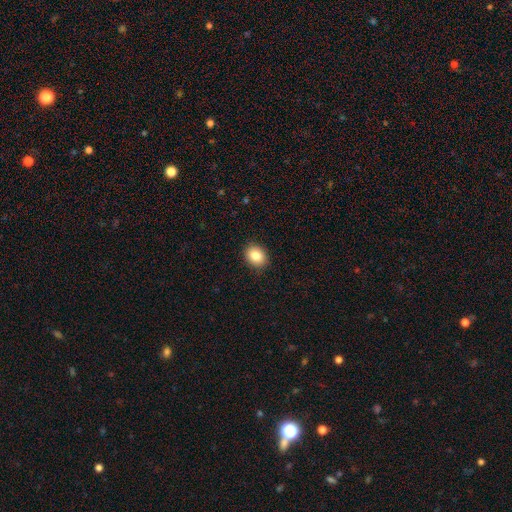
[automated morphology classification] Smooth or featured? Predicted: smooth (p=0.85). How rounded? Predicted: in between (p=0.53). Merging? Predicted: none (p=0.90).